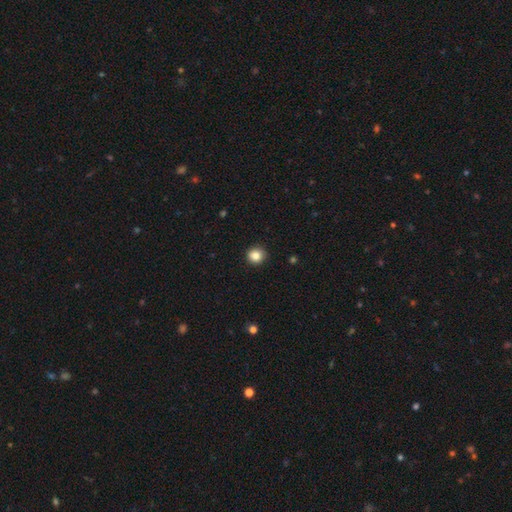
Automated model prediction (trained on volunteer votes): A smooth galaxy with no disk features (85%) that is round (89%). Merging: none (91%).